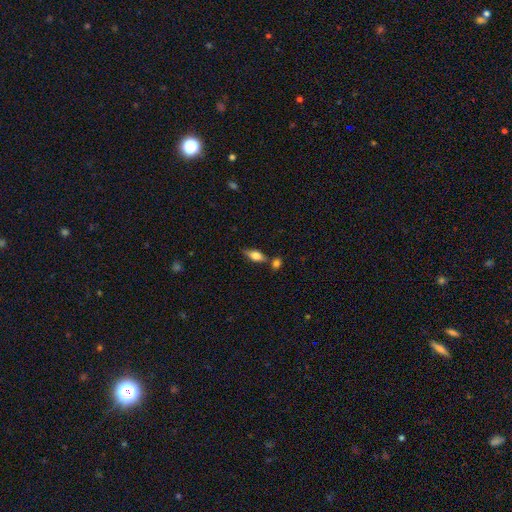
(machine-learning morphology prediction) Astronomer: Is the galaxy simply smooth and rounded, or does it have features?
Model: smooth — 74%.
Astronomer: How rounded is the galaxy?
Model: in between — 80%.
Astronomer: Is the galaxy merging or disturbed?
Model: none — 60%.